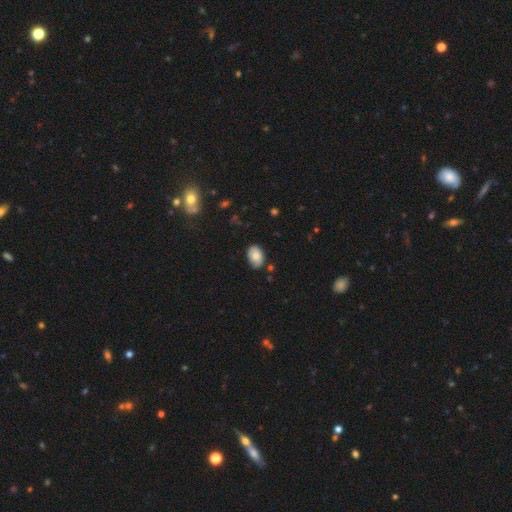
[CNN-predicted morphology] Smooth or featured: smooth — 78% (featured or disk — 14%)
How rounded: in between — 87% (round — 11%)
Merging: none — 74% (minor disturbance — 21%)